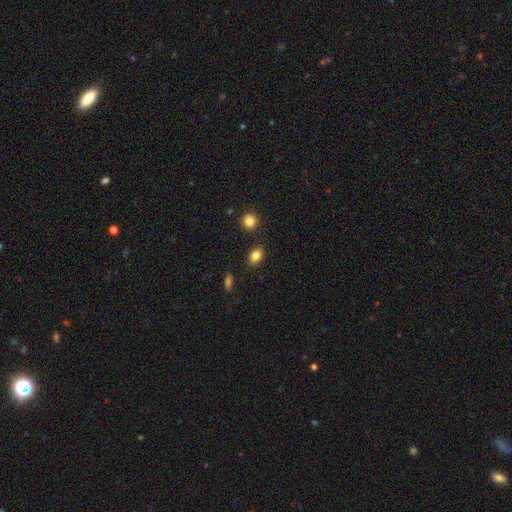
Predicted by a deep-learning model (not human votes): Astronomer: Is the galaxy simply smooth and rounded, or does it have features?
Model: smooth — 83%.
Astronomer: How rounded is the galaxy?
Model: in between — 77%.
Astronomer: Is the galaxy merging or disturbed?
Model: none — 86%.